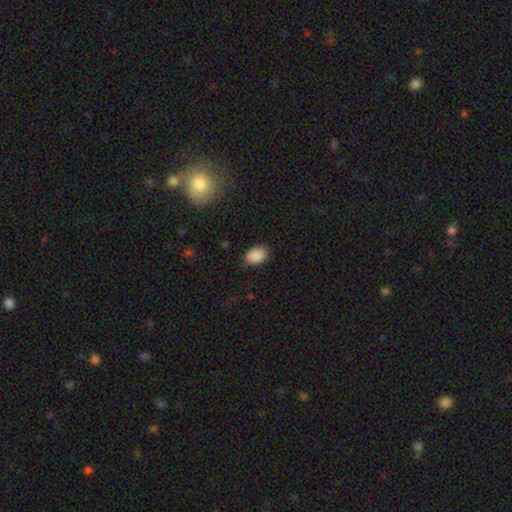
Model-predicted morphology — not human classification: type=smooth (89%); roundness=in between (84%); merging=none (82%).